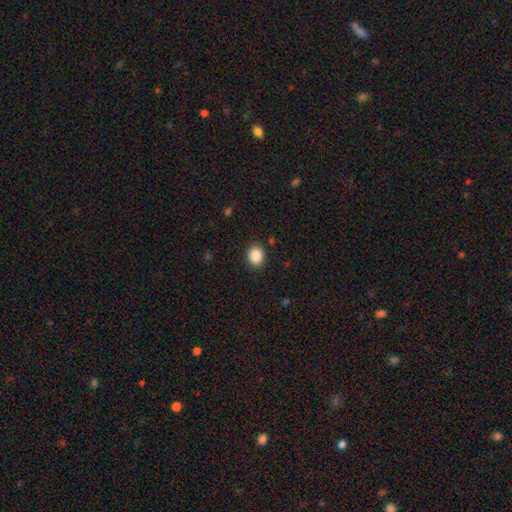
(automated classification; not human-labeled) A smooth galaxy with no disk features (88%) that is round (65%).

Vote fractions:
- Smooth or featured? smooth: 88% / star or artifact: 9% / featured or disk: 3%
- How rounded? round: 65% / in between: 34% / cigar-shaped: 1%
- Merging? none: 89% / minor disturbance: 8% / major disturbance: 2% / merger: 1%